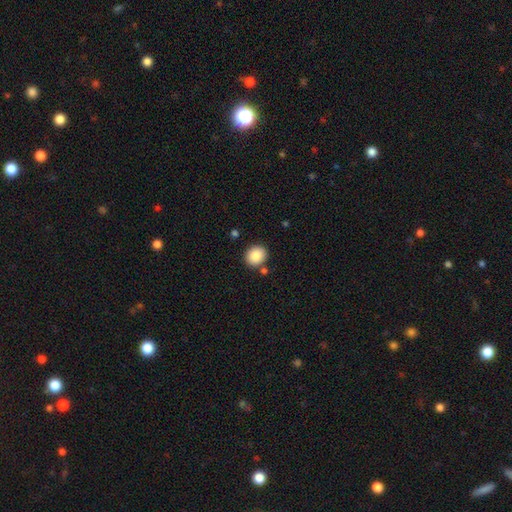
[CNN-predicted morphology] Overall: smooth (88%). How rounded: round (76%). Merging: none (83%).